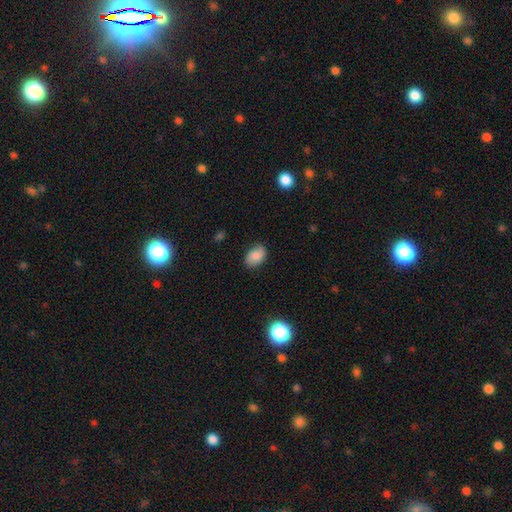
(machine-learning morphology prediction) Overall: smooth (80%). How rounded: in between (85%). Merging: none (77%).